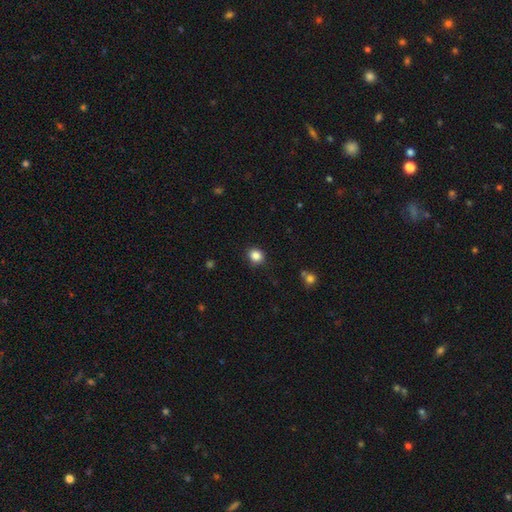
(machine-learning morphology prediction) Q: Smooth or featured?
A: smooth (85%); runner-up: star or artifact (11%)
Q: How rounded?
A: round (75%); runner-up: in between (24%)
Q: Merging?
A: none (86%); runner-up: minor disturbance (10%)